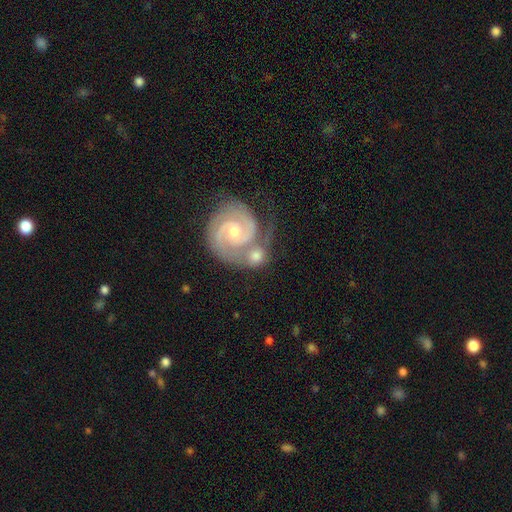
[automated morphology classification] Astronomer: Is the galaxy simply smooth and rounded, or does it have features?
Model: featured or disk — 72%.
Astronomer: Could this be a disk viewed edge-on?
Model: no — 97%.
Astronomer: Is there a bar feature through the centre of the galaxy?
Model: no — 56% (runner-up: weak, 35%).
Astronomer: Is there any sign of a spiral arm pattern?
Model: yes — 95%.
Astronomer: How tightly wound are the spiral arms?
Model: tight — 51% (runner-up: medium, 41%).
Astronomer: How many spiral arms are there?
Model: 2 — 86%.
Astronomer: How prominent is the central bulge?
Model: moderate — 53% (runner-up: small, 40%).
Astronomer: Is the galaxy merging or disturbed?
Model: merger — 47% (runner-up: none, 35%).